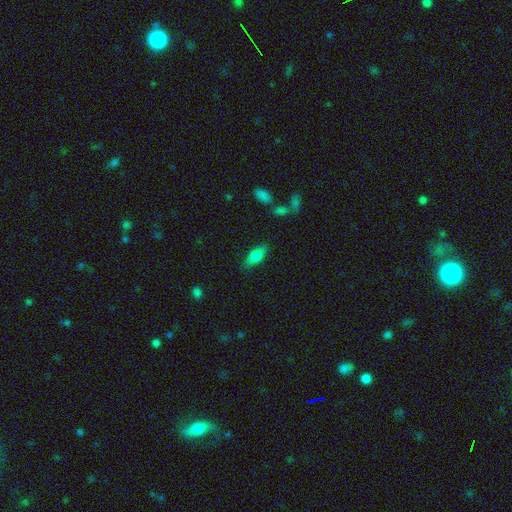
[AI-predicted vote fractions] The model was most divided on "smooth or featured": smooth: 75%, featured or disk: 17%, star or artifact: 8%. More confident: merging — none (81%); how rounded — in between (80%).